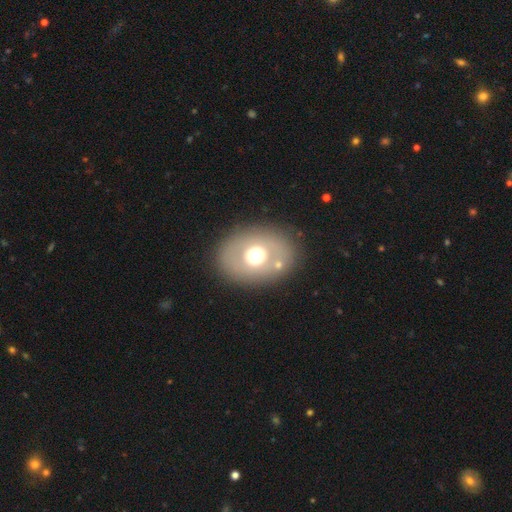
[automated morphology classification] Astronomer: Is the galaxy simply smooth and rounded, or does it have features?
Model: smooth — 55% (runner-up: featured or disk, 35%).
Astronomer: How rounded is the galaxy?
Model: in between — 58% (runner-up: round, 41%).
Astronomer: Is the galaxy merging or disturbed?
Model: none — 82%.